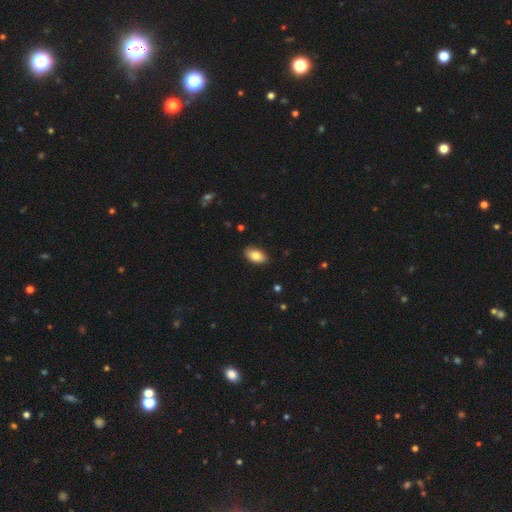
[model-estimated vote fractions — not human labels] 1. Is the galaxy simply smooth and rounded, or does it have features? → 84% smooth, 8% featured or disk, 7% star or artifact.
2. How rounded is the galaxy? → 93% in between, 5% round, 2% cigar-shaped.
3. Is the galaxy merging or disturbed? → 87% none, 10% minor disturbance, 2% major disturbance, 1% merger.